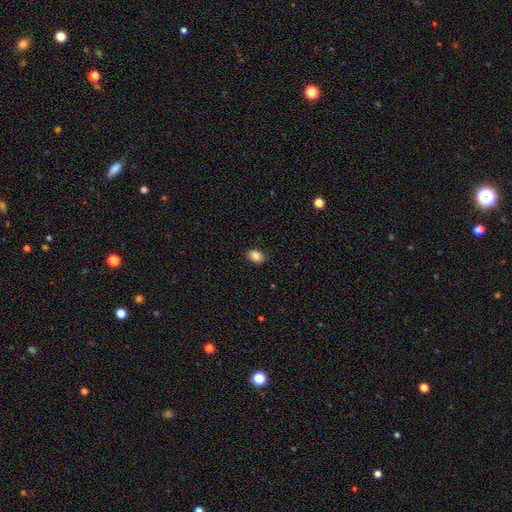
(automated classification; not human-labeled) smooth 85%, star or artifact 9%, featured or disk 6%. Down the decision tree: how rounded — in between (78%); merging — none (86%).